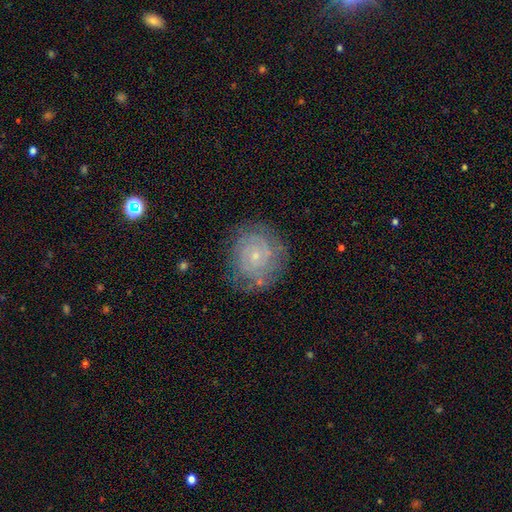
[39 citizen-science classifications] Morphology: type=featured or disk (90%); edge-on=no (100%); bar=no (80%); spiral arms=yes (97%); winding=tight (88%); arm count=2 (76%); bulge=small (94%); merging=none (89%).